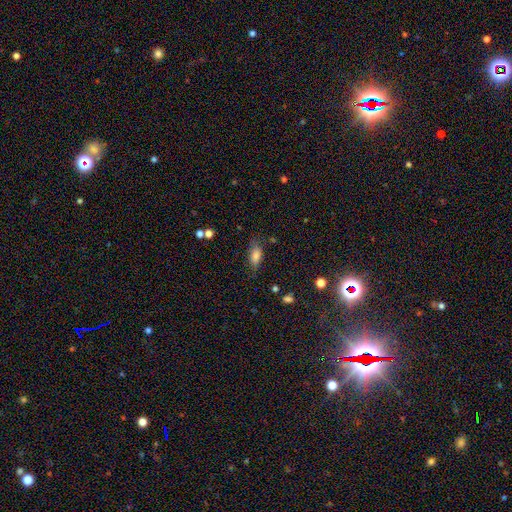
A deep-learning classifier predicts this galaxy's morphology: A smooth galaxy with no disk features (78%) that is in between round and cigar-shaped (84%). Merging: none (72%).